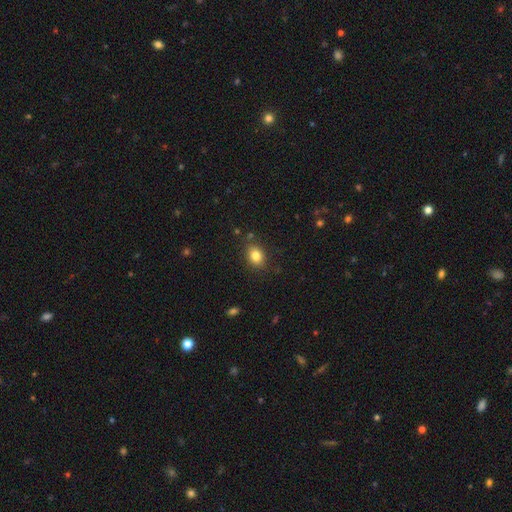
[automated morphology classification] type=smooth (83%); roundness=in between (66%); merging=none (83%).